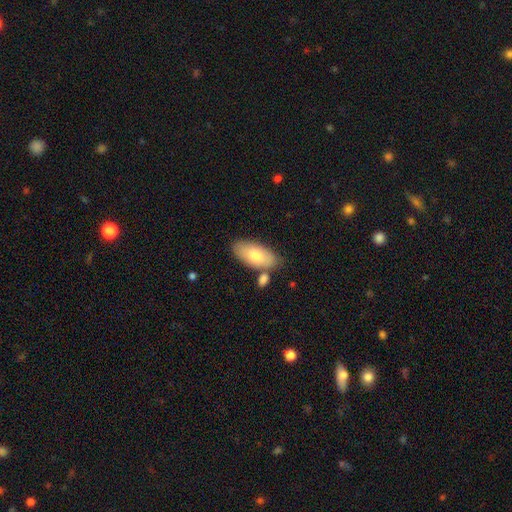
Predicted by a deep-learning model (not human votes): A smooth galaxy with no disk features (74%) that is in between round and cigar-shaped (92%).

Vote fractions:
- Smooth or featured? smooth: 74% / featured or disk: 20% / star or artifact: 6%
- How rounded? in between: 92% / cigar-shaped: 6% / round: 3%
- Merging? none: 72% / minor disturbance: 13% / merger: 12% / major disturbance: 3%